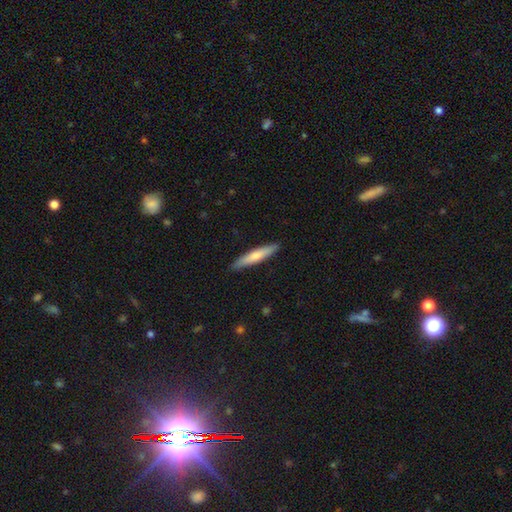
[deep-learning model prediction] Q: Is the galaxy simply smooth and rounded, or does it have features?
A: smooth — 63%.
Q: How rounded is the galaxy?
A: cigar-shaped — 91%.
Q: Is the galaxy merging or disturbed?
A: none — 89%.